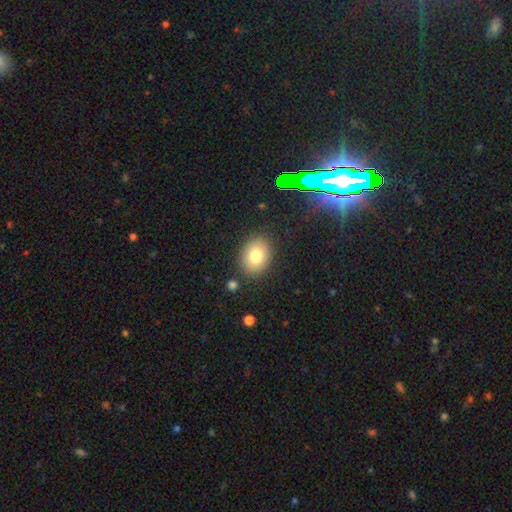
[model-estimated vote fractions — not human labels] Smooth or featured?
  - smooth: 79% *
  - featured or disk: 11%
  - star or artifact: 9%
How rounded?
  - in between: 66% *
  - round: 33%
  - cigar-shaped: 1%
Merging?
  - none: 85% *
  - minor disturbance: 10%
  - major disturbance: 3%
  - merger: 2%